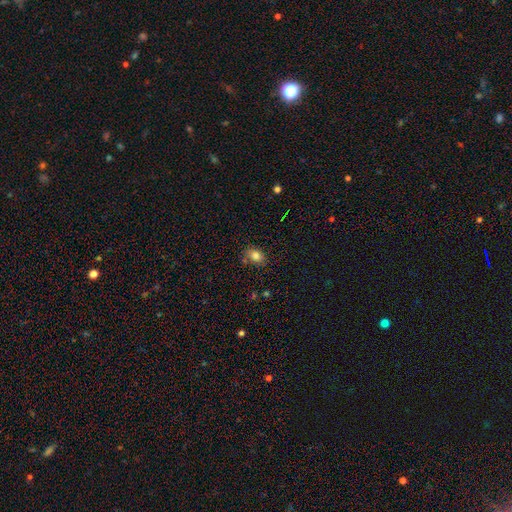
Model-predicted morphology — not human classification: Overall: smooth (82%). How rounded: in between (76%). Merging: none (78%).